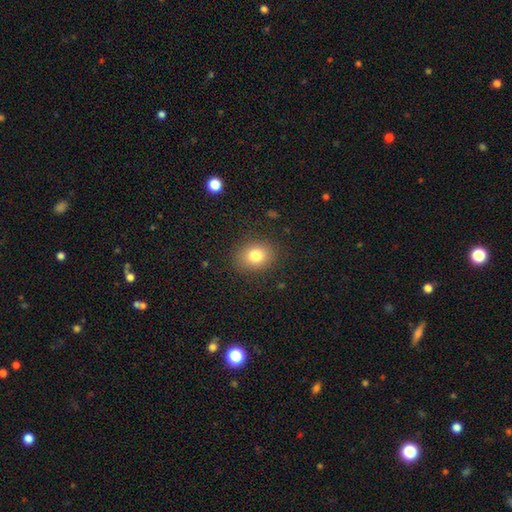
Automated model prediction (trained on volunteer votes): Morphology: type=smooth (80%); roundness=round (56%); merging=none (87%).